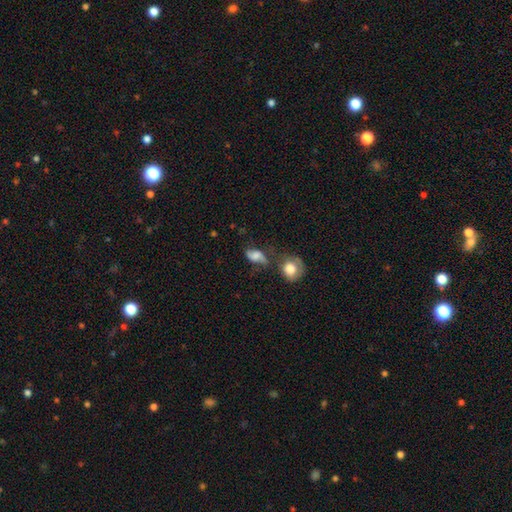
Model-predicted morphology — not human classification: smooth_or_featured: smooth (p=0.54) [alt: featured or disk p=0.35]
how_rounded: in between (p=0.75) [alt: round p=0.20]
merging: none (p=0.41) [alt: minor disturbance p=0.25]